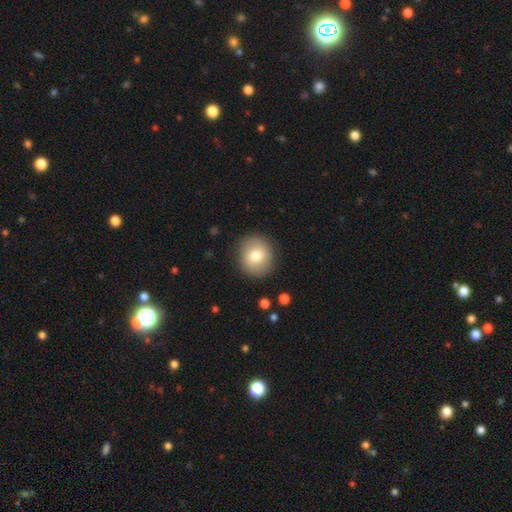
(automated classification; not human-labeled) This is likely a smooth galaxy (77%). How rounded: clearly round (86%). Merging: clearly none (88%).